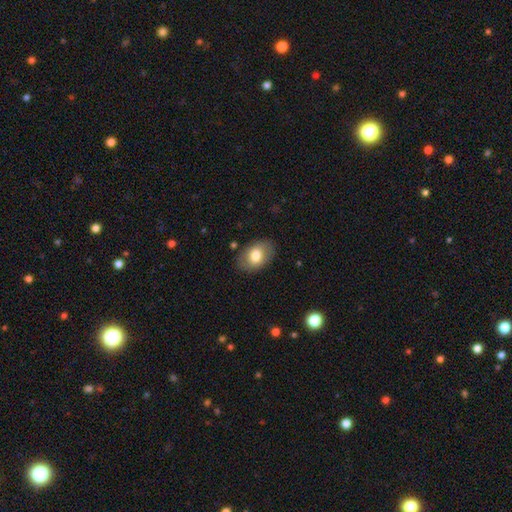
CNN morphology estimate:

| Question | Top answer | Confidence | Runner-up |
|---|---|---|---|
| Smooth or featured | smooth | 74% | featured or disk (19%) |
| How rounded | in between | 84% | round (15%) |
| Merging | none | 83% | minor disturbance (12%) |